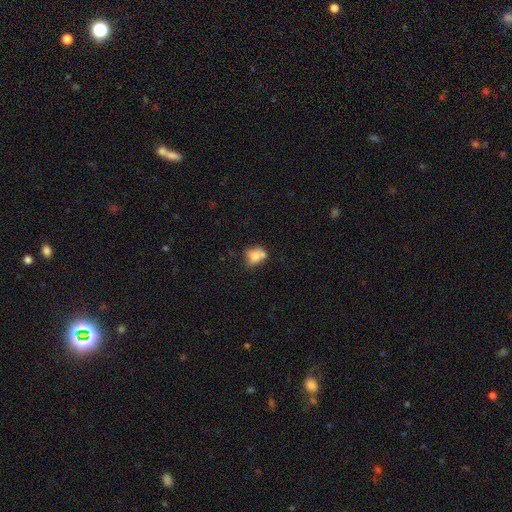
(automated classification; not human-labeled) A smooth galaxy with no disk features (71%) that is round (52%). Merging: none (39%).